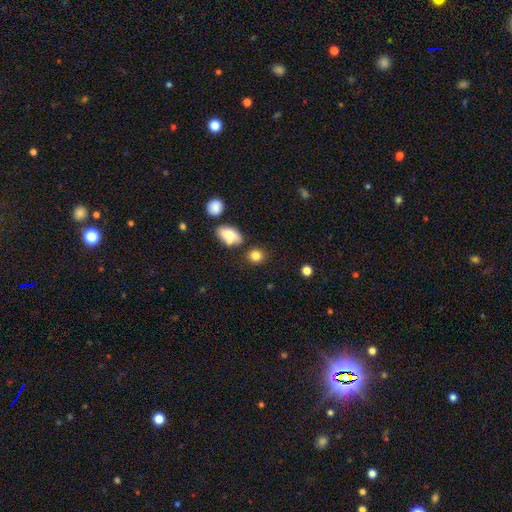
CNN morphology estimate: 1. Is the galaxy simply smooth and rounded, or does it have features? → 83% smooth, 10% star or artifact, 7% featured or disk.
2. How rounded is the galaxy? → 74% round, 24% in between, 2% cigar-shaped.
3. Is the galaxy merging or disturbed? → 76% none, 12% minor disturbance, 9% merger, 4% major disturbance.